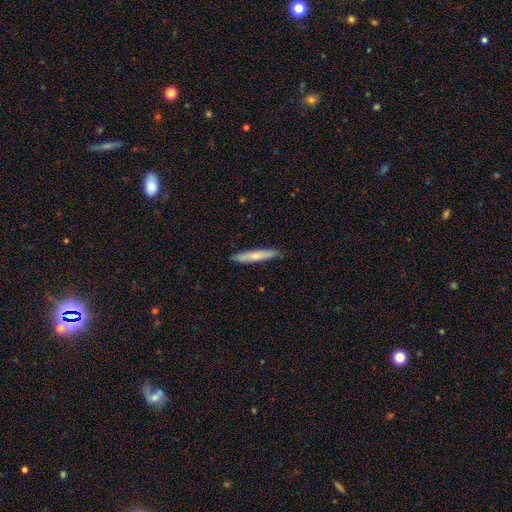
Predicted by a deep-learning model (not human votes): Smooth or featured?
  - smooth: 67% *
  - featured or disk: 28%
  - star or artifact: 5%
How rounded?
  - cigar-shaped: 93% *
  - in between: 6%
  - round: 1%
Merging?
  - none: 88% *
  - minor disturbance: 9%
  - major disturbance: 2%
  - merger: 1%